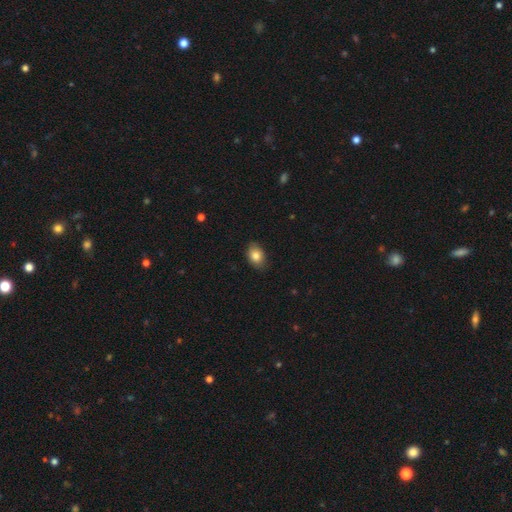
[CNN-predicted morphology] The model was most divided on "how rounded": in between: 77%, round: 22%, cigar-shaped: 1%. More confident: smooth or featured — smooth (83%); merging — none (82%).